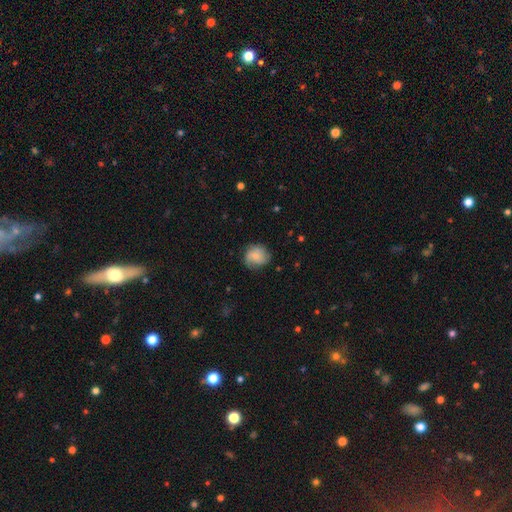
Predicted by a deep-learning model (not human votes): smooth-or-featured: smooth: 67% | featured or disk: 26% | star or artifact: 8%
  how-rounded: round: 83% | in between: 16% | cigar-shaped: 1%
  merging: none: 70% | minor disturbance: 23% | major disturbance: 6% | merger: 1%